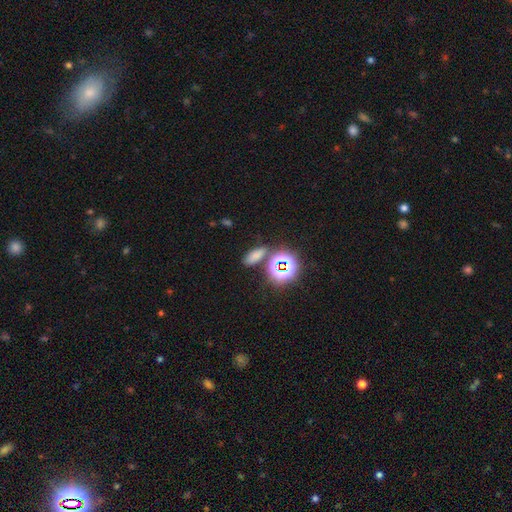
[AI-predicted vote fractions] Smooth or featured: smooth — 64% (star or artifact — 29%)
How rounded: in between — 68% (round — 16%)
Merging: none — 72% (merger — 12%)